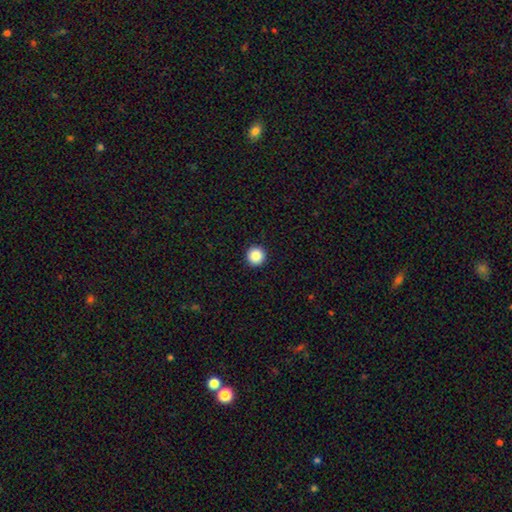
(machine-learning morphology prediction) The model was most divided on "smooth or featured": smooth: 88%, star or artifact: 9%, featured or disk: 3%. More confident: how rounded — round (97%); merging — none (94%).